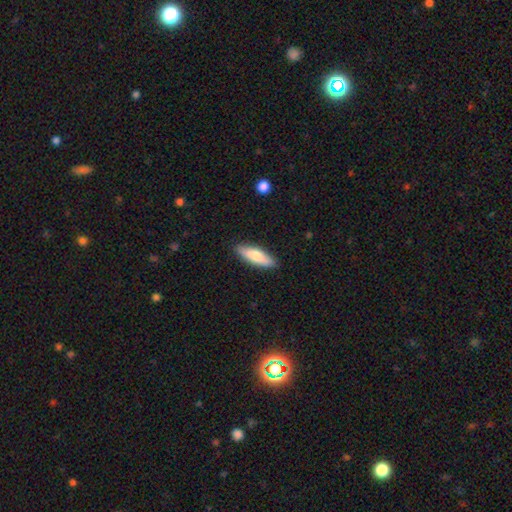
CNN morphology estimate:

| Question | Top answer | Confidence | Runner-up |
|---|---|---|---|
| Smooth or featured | smooth | 73% | featured or disk (21%) |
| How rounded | cigar-shaped | 53% | in between (45%) |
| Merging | none | 88% | minor disturbance (9%) |